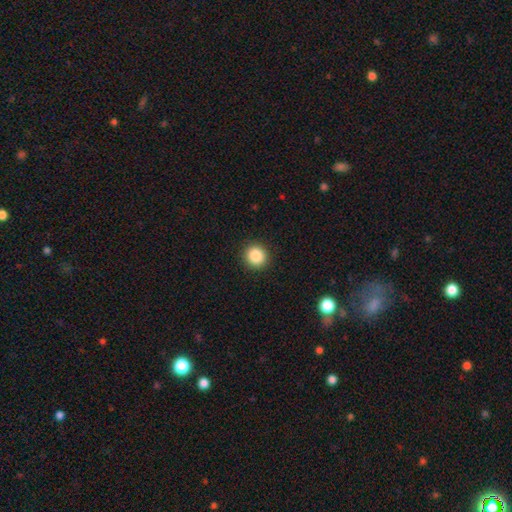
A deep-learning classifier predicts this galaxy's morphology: The model was most divided on "smooth or featured": smooth: 87%, star or artifact: 9%, featured or disk: 4%. More confident: merging — none (92%); how rounded — round (92%).